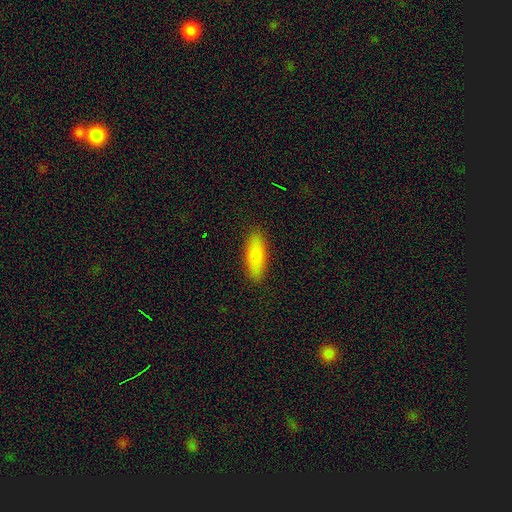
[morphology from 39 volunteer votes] A smooth galaxy with no disk features (90%) that is cigar-shaped (63%). Merging: none (86%).